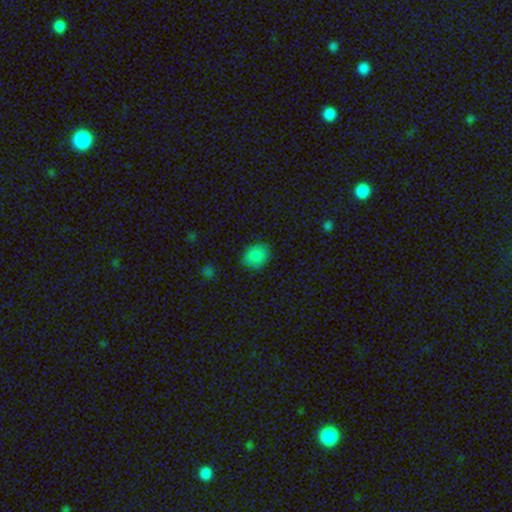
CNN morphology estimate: Q: Smooth or featured?
A: smooth (86%); runner-up: star or artifact (10%)
Q: How rounded?
A: round (57%); runner-up: in between (42%)
Q: Merging?
A: none (83%); runner-up: minor disturbance (13%)